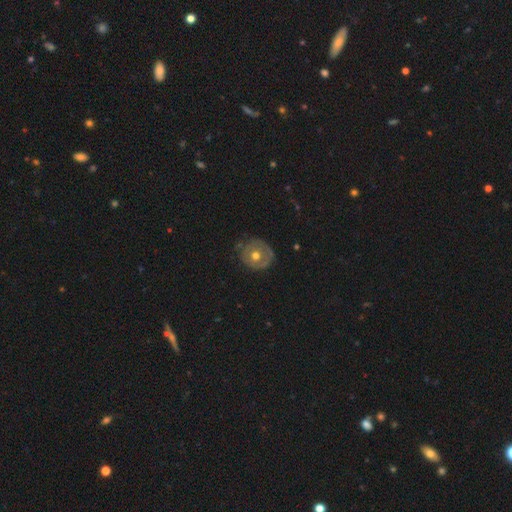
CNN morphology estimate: A featured or disk galaxy (49%).

Vote fractions:
- Smooth or featured? featured or disk: 49% / smooth: 44% / star or artifact: 7%
- Merging? none: 74% / minor disturbance: 19% / major disturbance: 5% / merger: 2%